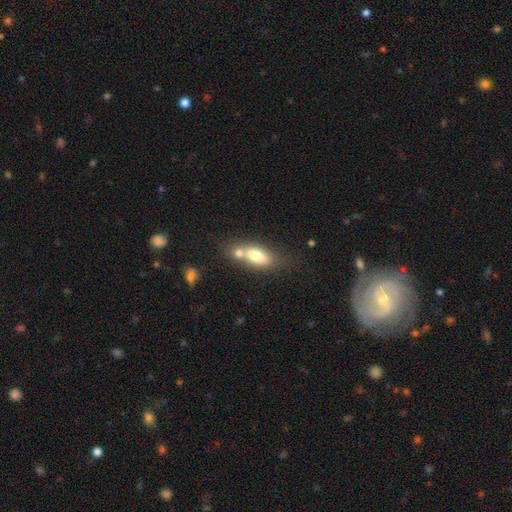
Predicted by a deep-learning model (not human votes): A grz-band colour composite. It shows a smooth galaxy with no disk features (73%) that is in between round and cigar-shaped (79%). Merging: merger (46%).